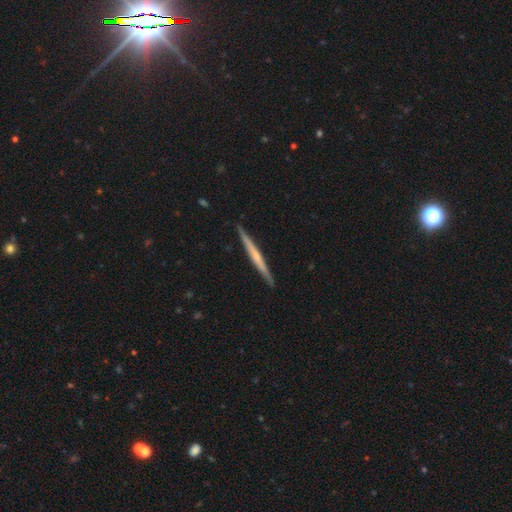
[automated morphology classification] Overall: featured or disk (59%; smooth 35%). Edge-on disk: yes (98%). Edge-on bulge: none (58%; rounded 33%). Merging: none (91%).